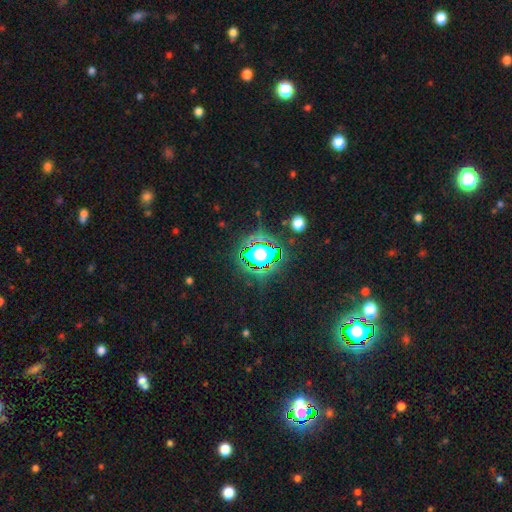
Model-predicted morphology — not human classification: A star or artifact, not a galaxy (82%).